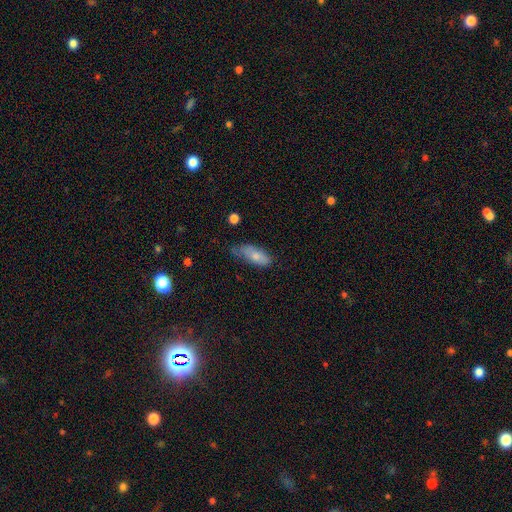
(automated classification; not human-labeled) smooth-or-featured: smooth: 76% | featured or disk: 18% | star or artifact: 7%
  how-rounded: in between: 80% | cigar-shaped: 18% | round: 2%
  merging: none: 44% | minor disturbance: 40% | major disturbance: 13% | merger: 3%